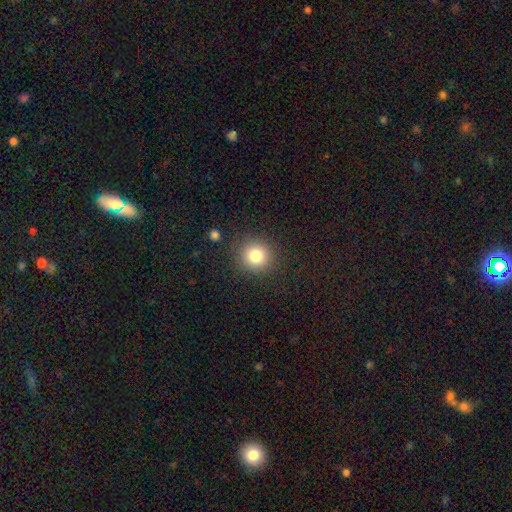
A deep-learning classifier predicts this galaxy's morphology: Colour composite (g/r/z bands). It shows a smooth galaxy with no disk features (80%) that is round (91%). Merging: none (89%).